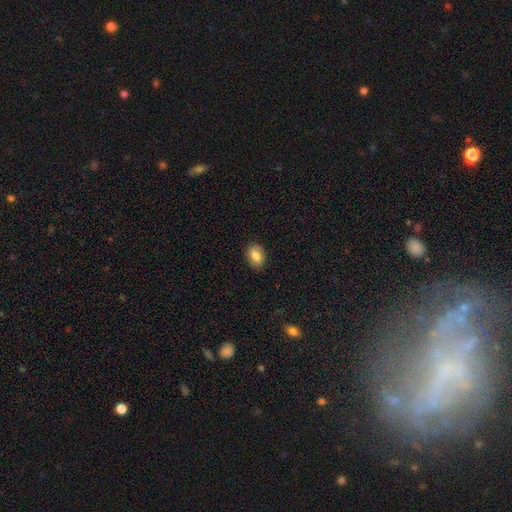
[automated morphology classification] smooth_or_featured: smooth (p=0.82) [alt: featured or disk p=0.10]
how_rounded: in between (p=0.69) [alt: round p=0.30]
merging: none (p=0.88) [alt: minor disturbance p=0.09]